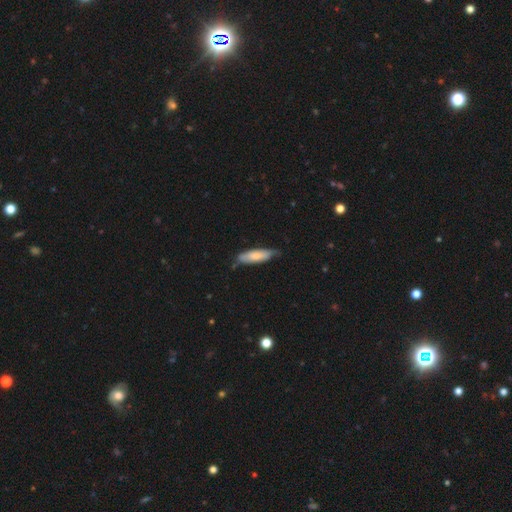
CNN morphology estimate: A smooth galaxy with no disk features (71%) that is cigar-shaped (59%).

Vote fractions:
- Smooth or featured? smooth: 71% / featured or disk: 24% / star or artifact: 5%
- How rounded? cigar-shaped: 59% / in between: 40% / round: 1%
- Merging? none: 65% / minor disturbance: 28% / major disturbance: 4% / merger: 2%